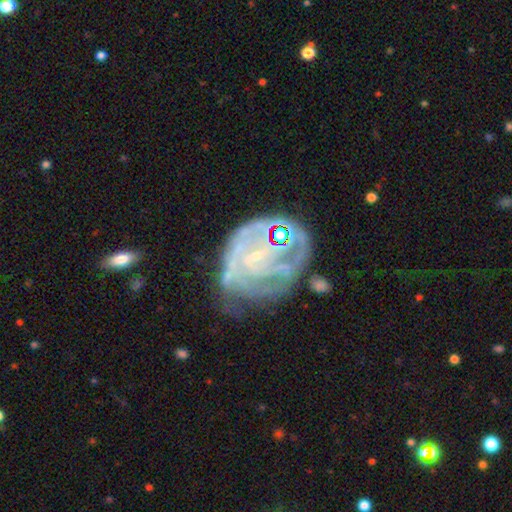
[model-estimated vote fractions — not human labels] smooth_or_featured: featured or disk (p=0.81) [alt: smooth p=0.11]
disk_edge_on: no (p=0.98) [alt: yes p=0.02]
bar: no (p=0.57) [alt: weak p=0.32]
has_spiral_arms: yes (p=0.83) [alt: no p=0.17]
spiral_winding: tight (p=0.64) [alt: medium p=0.27]
spiral_arm_count: can't tell (p=0.43) [alt: 2 p=0.17]
bulge_size: small (p=0.78) [alt: none p=0.11]
merging: none (p=0.42) [alt: minor disturbance p=0.26]